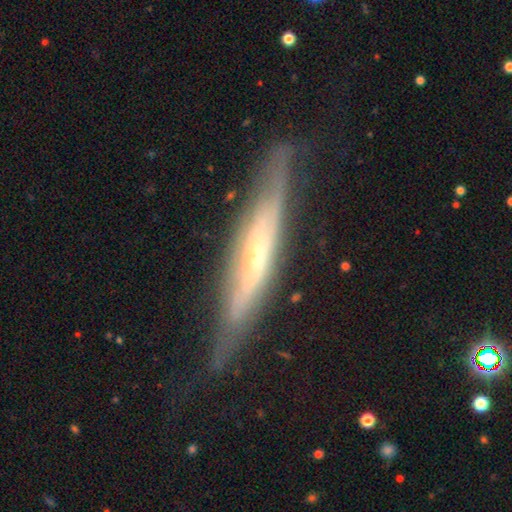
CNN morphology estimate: smooth_or_featured: featured or disk (p=0.76) [alt: smooth p=0.18]
disk_edge_on: yes (p=0.80) [alt: no p=0.20]
edge_on_bulge: rounded (p=0.58) [alt: none p=0.33]
merging: none (p=0.73) [alt: minor disturbance p=0.20]